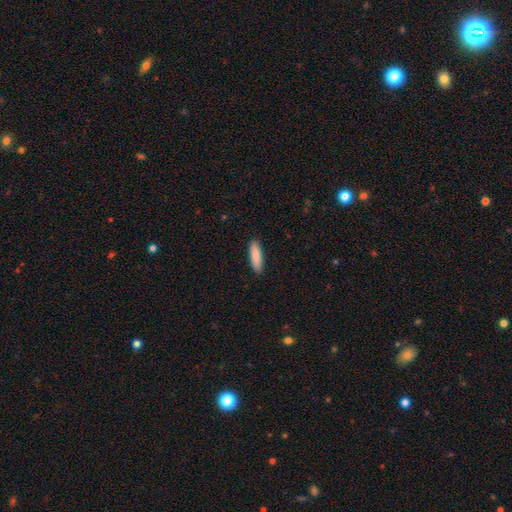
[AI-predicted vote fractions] The model was most divided on "how rounded": cigar-shaped: 62%, in between: 37%, round: 2%. More confident: merging — none (91%); smooth or featured — smooth (87%).